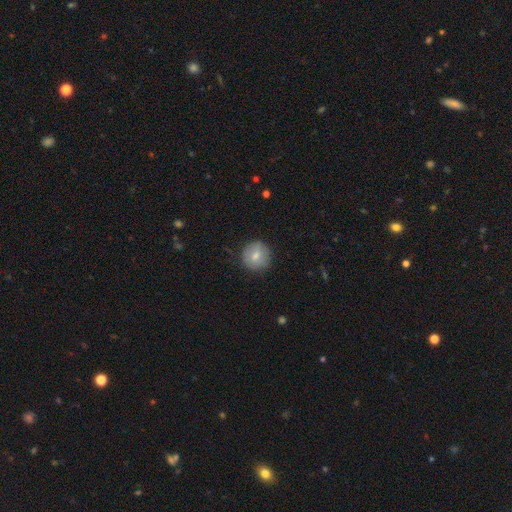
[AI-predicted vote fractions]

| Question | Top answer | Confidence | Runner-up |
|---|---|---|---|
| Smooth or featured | smooth | 73% | featured or disk (19%) |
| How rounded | round | 92% | in between (7%) |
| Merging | none | 85% | minor disturbance (11%) |